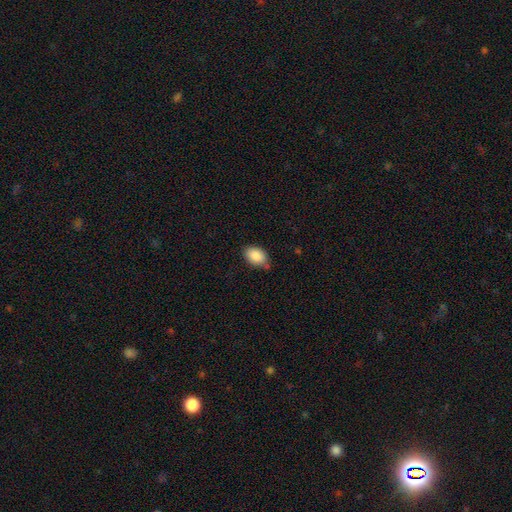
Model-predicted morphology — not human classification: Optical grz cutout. It shows a smooth galaxy with no disk features (88%) that is in between round and cigar-shaped (85%). Merging: none (70%).